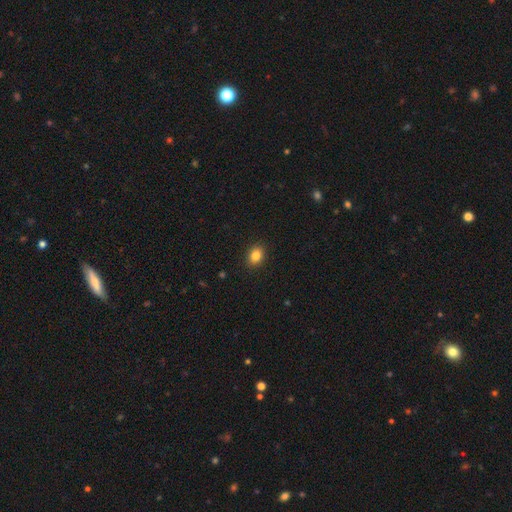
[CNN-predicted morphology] A smooth galaxy with no disk features (84%) that is in between round and cigar-shaped (57%).

Vote fractions:
- Smooth or featured? smooth: 84% / star or artifact: 10% / featured or disk: 6%
- How rounded? in between: 57% / round: 42% / cigar-shaped: 1%
- Merging? none: 90% / minor disturbance: 7% / major disturbance: 2% / merger: 1%